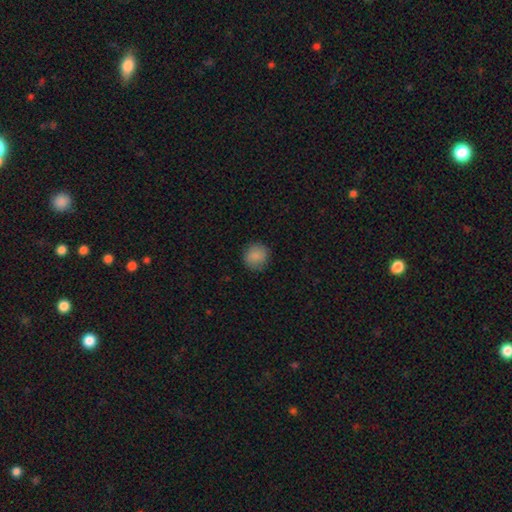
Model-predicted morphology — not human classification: This is clearly a smooth galaxy (87%). How rounded: clearly round (87%). Merging: clearly none (88%).